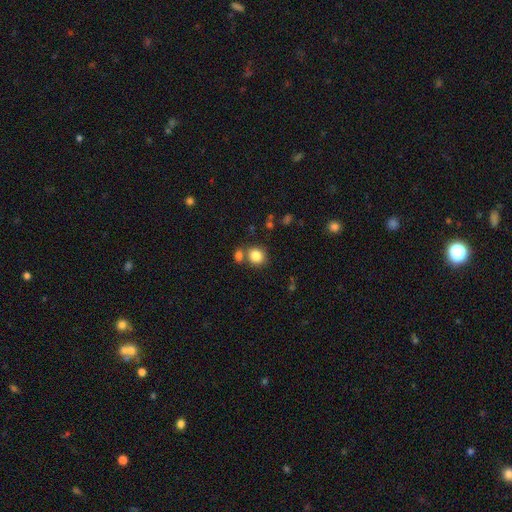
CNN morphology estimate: A smooth galaxy with no disk features (84%) that is round (80%). Merging: none (64%).